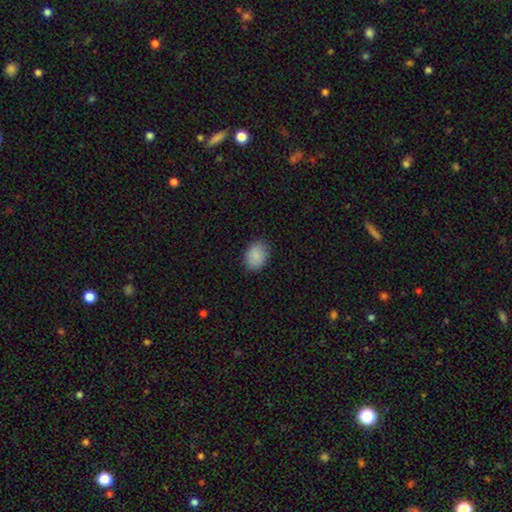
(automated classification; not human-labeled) Smooth or featured? smooth (88%)
How rounded? in between (65%)
Merging? none (84%)